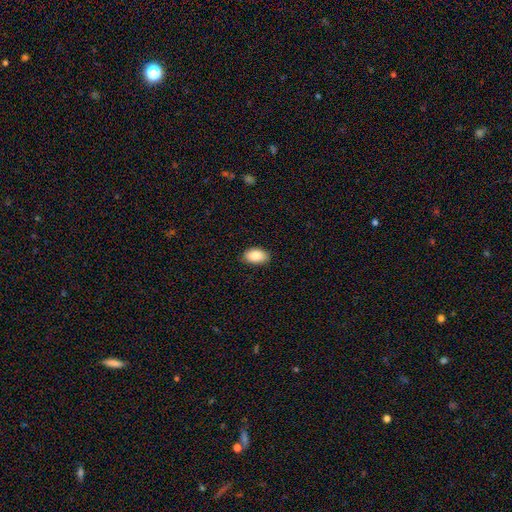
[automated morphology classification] smooth_or_featured: smooth (p=0.87) [alt: star or artifact p=0.07]
how_rounded: in between (p=0.93) [alt: round p=0.05]
merging: none (p=0.86) [alt: minor disturbance p=0.11]